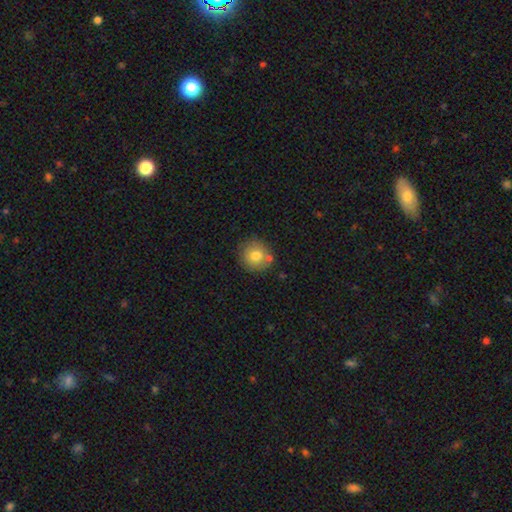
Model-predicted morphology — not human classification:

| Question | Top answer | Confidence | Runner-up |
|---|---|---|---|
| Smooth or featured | smooth | 77% | featured or disk (13%) |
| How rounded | round | 92% | in between (8%) |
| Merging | none | 76% | minor disturbance (11%) |